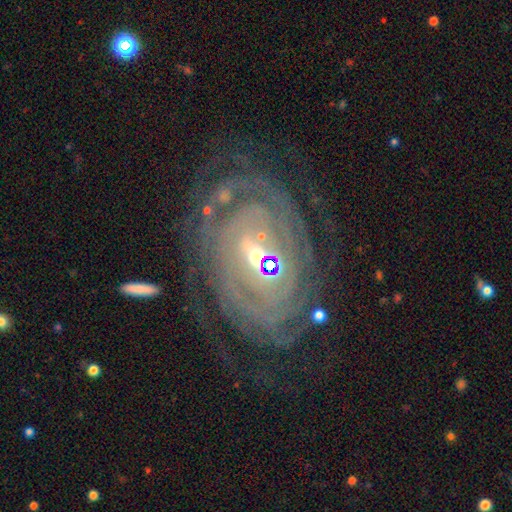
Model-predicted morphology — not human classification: Smooth or featured? Predicted: featured or disk (p=0.88). Edge-on disk? Predicted: no (p=0.96). Bar? Predicted: weak (p=0.39). Spiral arms? Predicted: yes (p=0.95). Spiral winding? Predicted: tight (p=0.78). Spiral arm count? Predicted: can't tell (p=0.32). Bulge size? Predicted: small (p=0.47). Merging? Predicted: none (p=0.67).